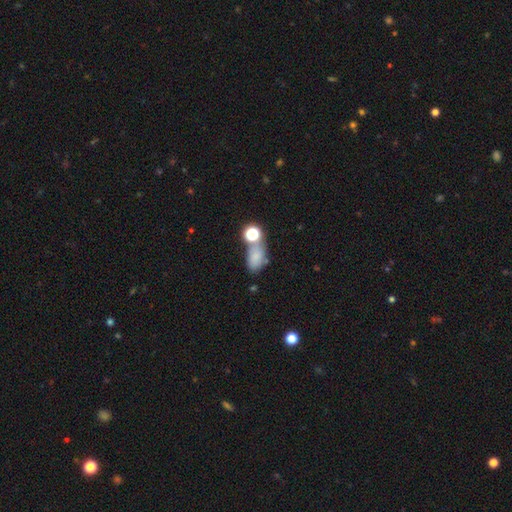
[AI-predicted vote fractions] Smooth or featured? Predicted: smooth (p=0.72). How rounded? Predicted: in between (p=0.82). Merging? Predicted: none (p=0.44).